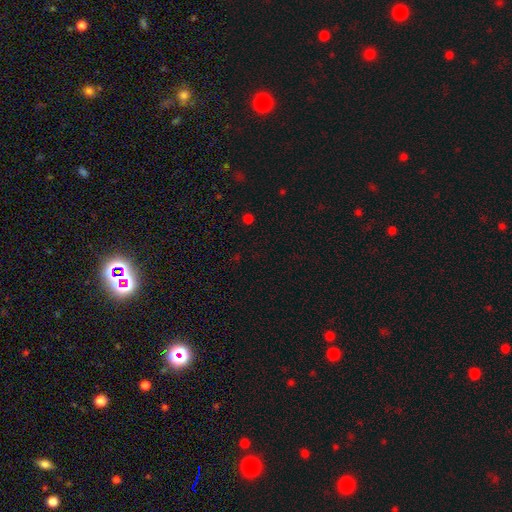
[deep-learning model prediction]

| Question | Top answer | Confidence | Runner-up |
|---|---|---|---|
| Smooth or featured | star or artifact | 59% | smooth (35%) |